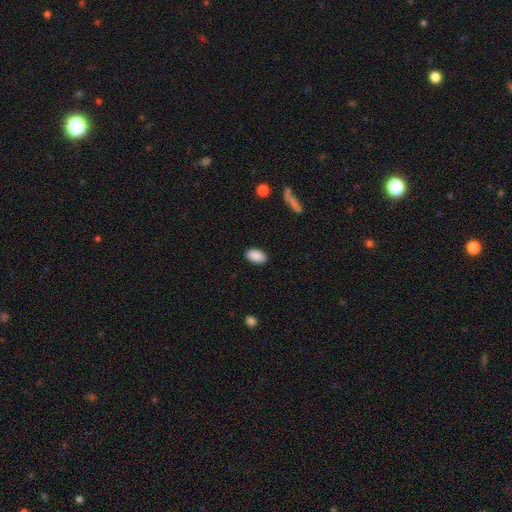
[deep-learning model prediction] Smooth or featured: smooth — 89% (star or artifact — 7%)
How rounded: in between — 93% (round — 5%)
Merging: none — 88% (minor disturbance — 9%)